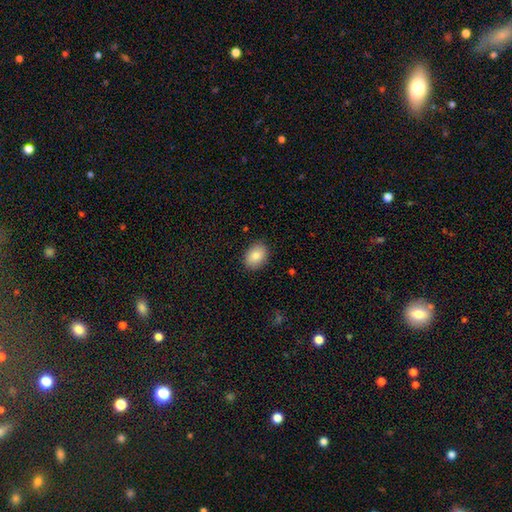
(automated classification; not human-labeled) Morphology: type=smooth (86%); roundness=in between (78%); merging=none (87%).